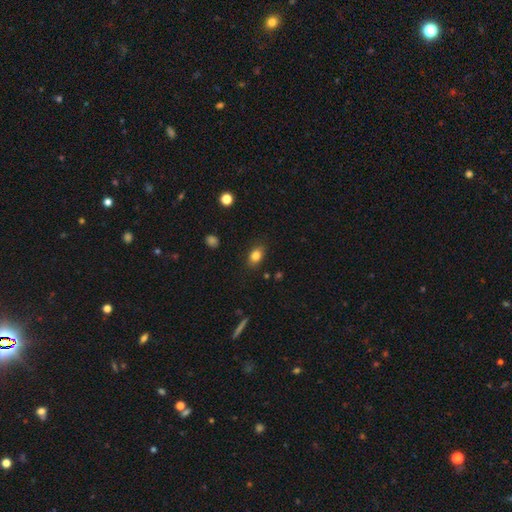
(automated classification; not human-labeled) Smooth or featured?
  - smooth: 83% *
  - star or artifact: 10%
  - featured or disk: 7%
How rounded?
  - in between: 79% *
  - round: 19%
  - cigar-shaped: 2%
Merging?
  - none: 85% *
  - minor disturbance: 11%
  - major disturbance: 3%
  - merger: 1%